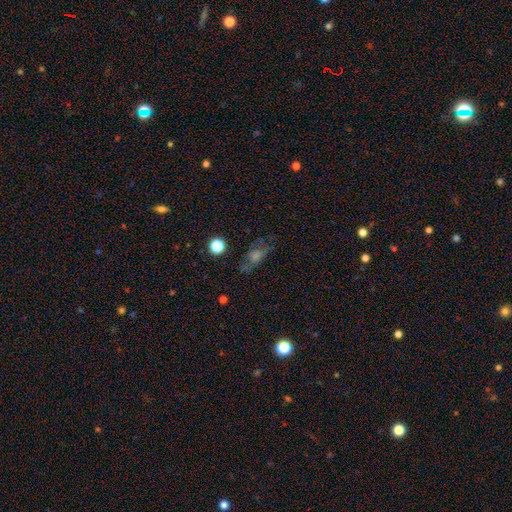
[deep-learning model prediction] Smooth or featured? featured or disk (39%)
Merging? none (62%)